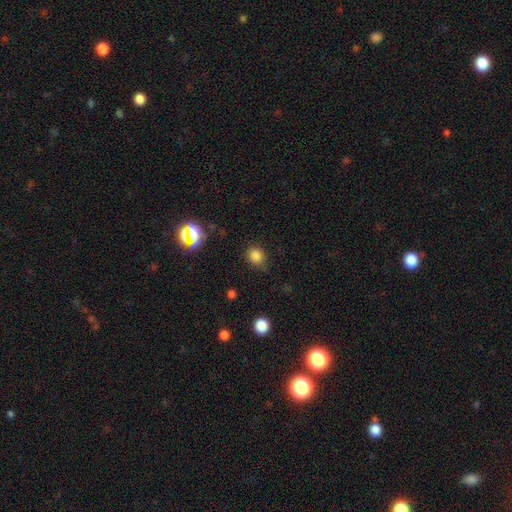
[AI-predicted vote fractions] Q: Smooth or featured?
A: smooth (80%); runner-up: star or artifact (15%)
Q: How rounded?
A: round (79%); runner-up: in between (20%)
Q: Merging?
A: none (76%); runner-up: minor disturbance (17%)